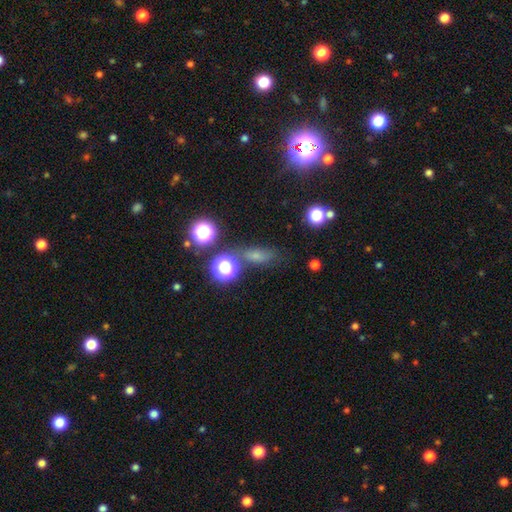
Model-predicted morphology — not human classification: type=smooth (62%); roundness=in between (57%); merging=none (66%).